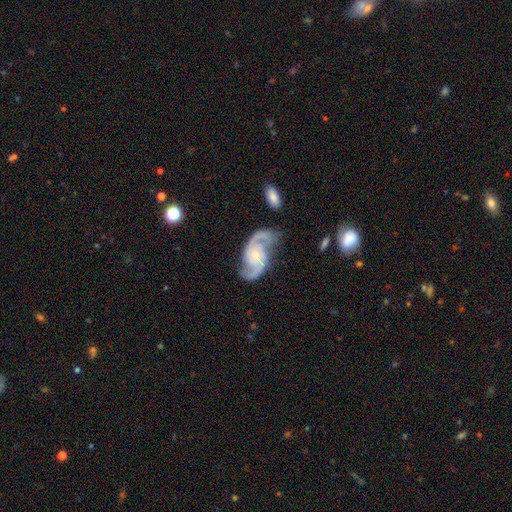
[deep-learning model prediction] This appears to be a featured or disk galaxy (91%) with no bar (66%), 2 (94%) medium (57%) spiral arms (98%) and a small central bulge (64%). Merging: none (74%).